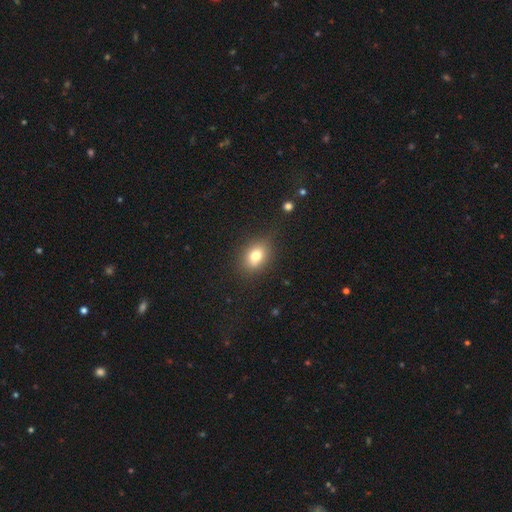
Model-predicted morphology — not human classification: A smooth galaxy with no disk features (76%) that is in between round and cigar-shaped (65%).

Vote fractions:
- Smooth or featured? smooth: 76% / featured or disk: 13% / star or artifact: 12%
- How rounded? in between: 65% / round: 34% / cigar-shaped: 2%
- Merging? none: 80% / minor disturbance: 14% / major disturbance: 4% / merger: 2%